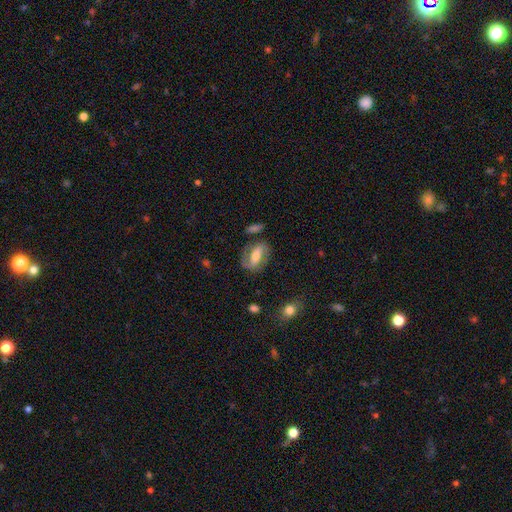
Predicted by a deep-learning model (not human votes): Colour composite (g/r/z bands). It shows a featured or disk galaxy (63%) with a strong bar (52%), spiral arms (77%) and a moderate central bulge (56%). Merging: none (73%).